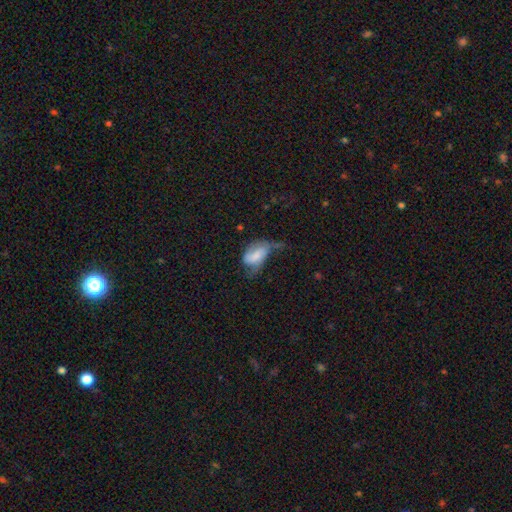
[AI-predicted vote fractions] Smooth or featured? Predicted: smooth (p=0.55). How rounded? Predicted: in between (p=0.91). Merging? Predicted: major disturbance (p=0.40).